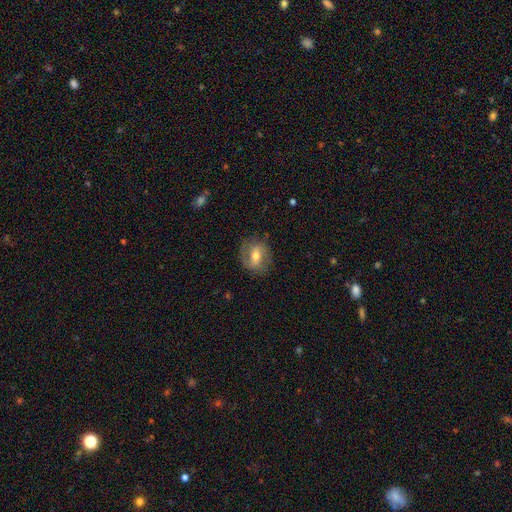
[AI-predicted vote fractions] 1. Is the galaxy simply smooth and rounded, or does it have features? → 49% featured or disk, 43% smooth, 8% star or artifact.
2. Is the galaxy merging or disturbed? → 78% none, 15% minor disturbance, 6% major disturbance, 1% merger.